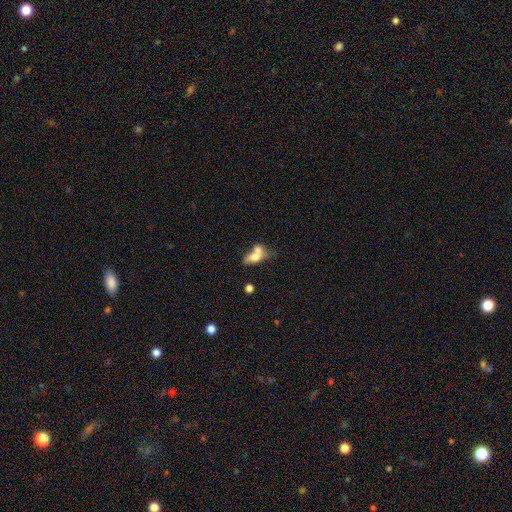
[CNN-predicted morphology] Smooth or featured? smooth (63%)
How rounded? in between (71%)
Merging? merger (61%)